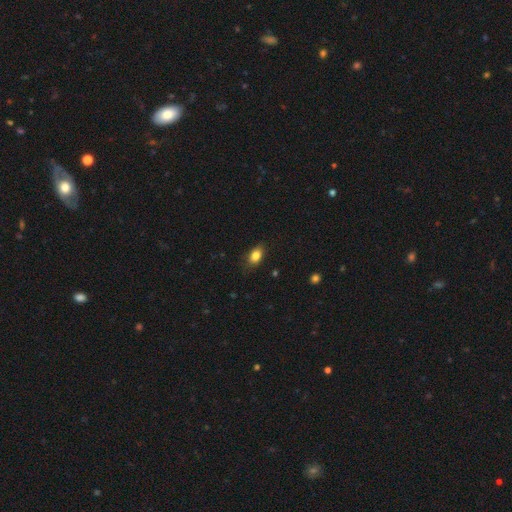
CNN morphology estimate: This appears to be a smooth galaxy with no disk features (84%) that is in between round and cigar-shaped (83%). Merging: none (82%).